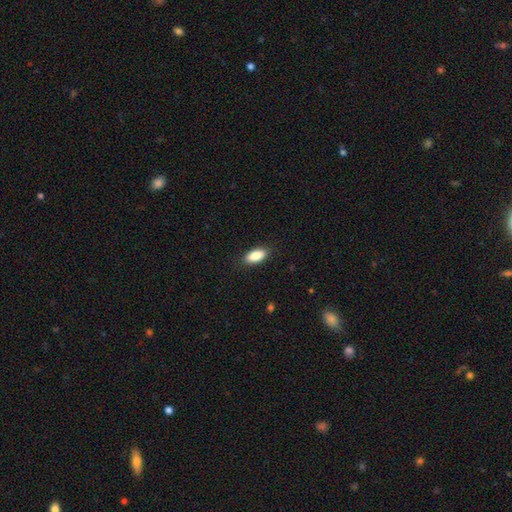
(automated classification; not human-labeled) This is clearly a smooth galaxy (88%). How rounded: clearly in between (87%). Merging: clearly none (88%).